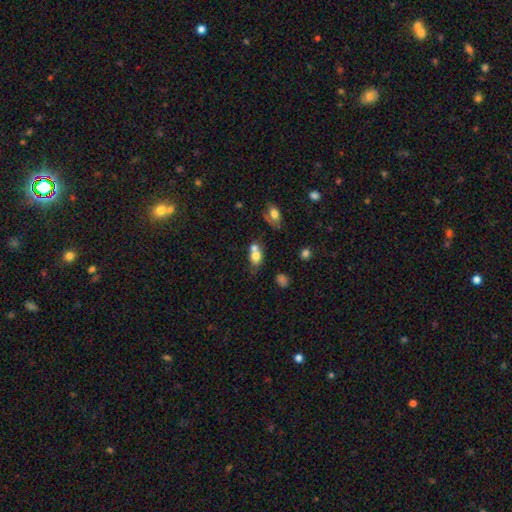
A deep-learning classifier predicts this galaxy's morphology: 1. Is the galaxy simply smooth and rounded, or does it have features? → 73% smooth, 17% featured or disk, 10% star or artifact.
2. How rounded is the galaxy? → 66% in between, 31% round, 3% cigar-shaped.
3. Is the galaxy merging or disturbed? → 56% merger, 27% none, 11% minor disturbance, 6% major disturbance.